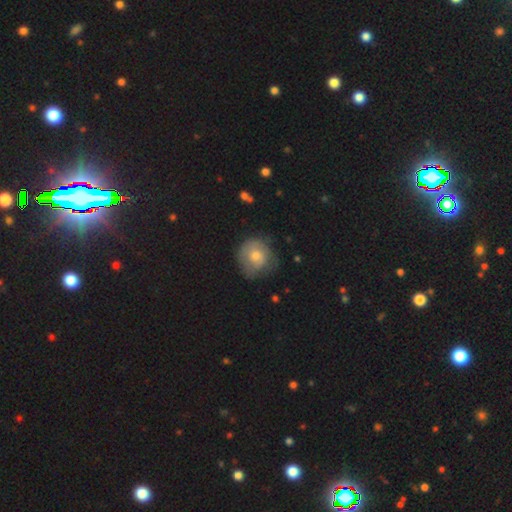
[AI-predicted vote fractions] smooth-or-featured: smooth: 59% | featured or disk: 33% | star or artifact: 8%
  how-rounded: round: 84% | in between: 15% | cigar-shaped: 1%
  merging: none: 61% | minor disturbance: 28% | major disturbance: 10% | merger: 2%